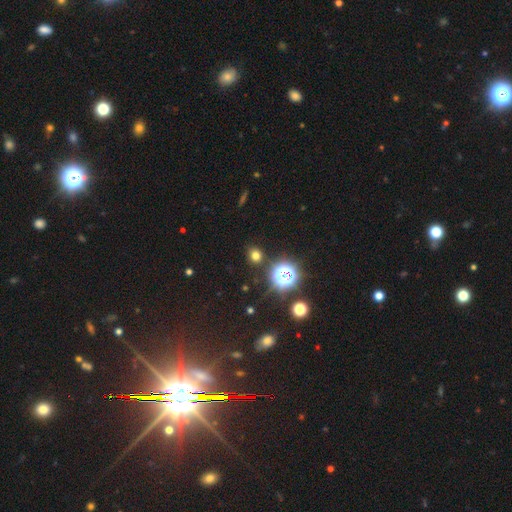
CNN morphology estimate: Overall: smooth (65%; star or artifact 29%). How rounded: round (81%). Merging: none (87%).